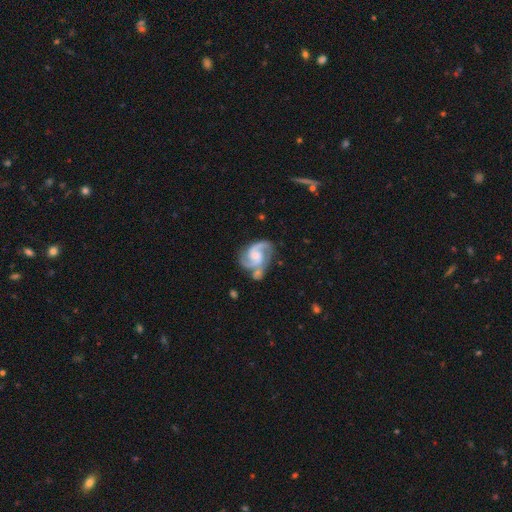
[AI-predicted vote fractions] Q: Smooth or featured?
A: featured or disk (91%); runner-up: smooth (4%)
Q: Edge-on disk?
A: no (98%); runner-up: yes (2%)
Q: Bar?
A: no (51%); runner-up: weak (39%)
Q: Spiral arms?
A: yes (98%); runner-up: no (2%)
Q: Spiral winding?
A: medium (61%); runner-up: tight (23%)
Q: Spiral arm count?
A: 2 (87%); runner-up: 3 (7%)
Q: Bulge size?
A: small (44%); runner-up: moderate (38%)
Q: Merging?
A: none (59%); runner-up: minor disturbance (19%)